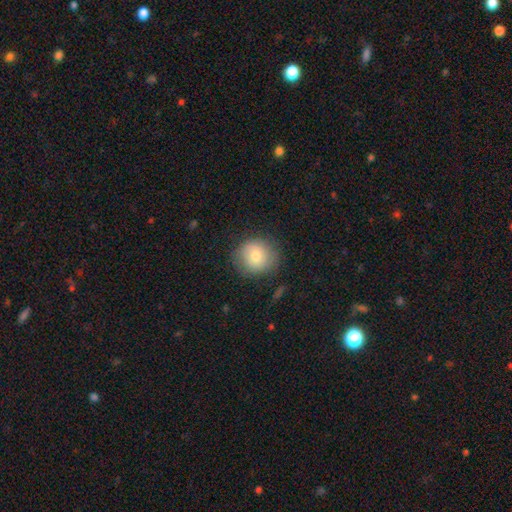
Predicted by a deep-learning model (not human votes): Q: Smooth or featured?
A: smooth (74%); runner-up: featured or disk (17%)
Q: How rounded?
A: round (87%); runner-up: in between (12%)
Q: Merging?
A: none (81%); runner-up: minor disturbance (14%)